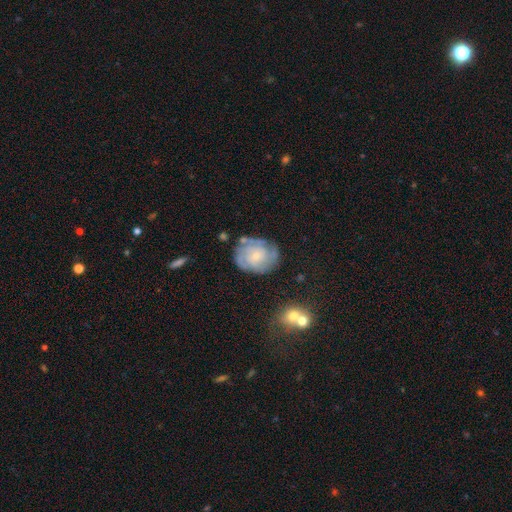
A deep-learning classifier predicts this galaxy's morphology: This is likely a featured or disk galaxy (73%). It is clearly not viewed edge-on (98%). Bar: likely no (77%). Spiral arm pattern: clearly yes (89%). Spiral arm count: marginally can't tell (38%). Spiral winding: likely tight (64%). Central bulge: likely small (76%). Merging: likely none (67%).